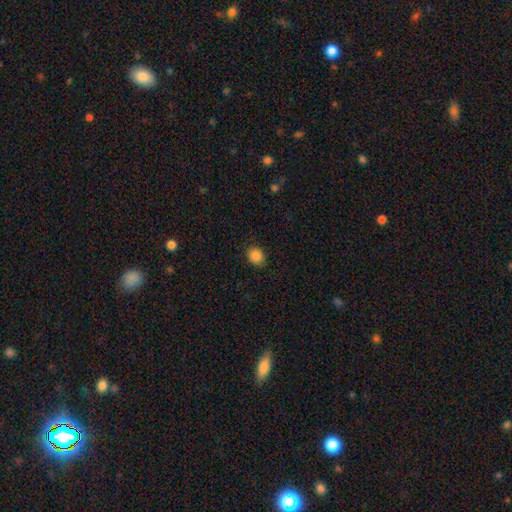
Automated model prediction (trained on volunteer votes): A smooth galaxy with no disk features (86%) that is round (62%).

Vote fractions:
- Smooth or featured? smooth: 86% / star or artifact: 10% / featured or disk: 4%
- How rounded? round: 62% / in between: 37% / cigar-shaped: 1%
- Merging? none: 89% / minor disturbance: 8% / major disturbance: 2% / merger: 1%